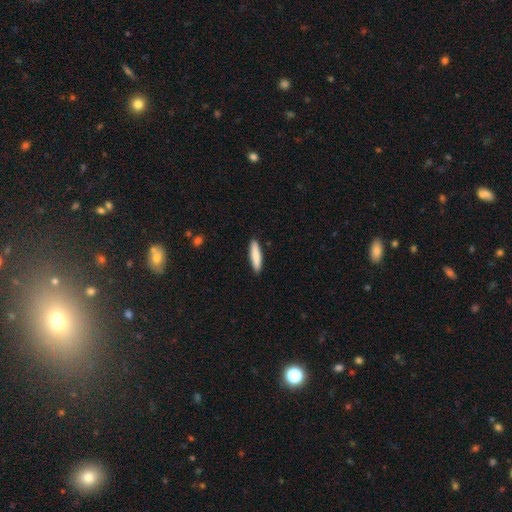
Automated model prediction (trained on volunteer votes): The model was most divided on "how rounded": cigar-shaped: 81%, in between: 17%, round: 1%. More confident: merging — none (90%); smooth or featured — smooth (84%).